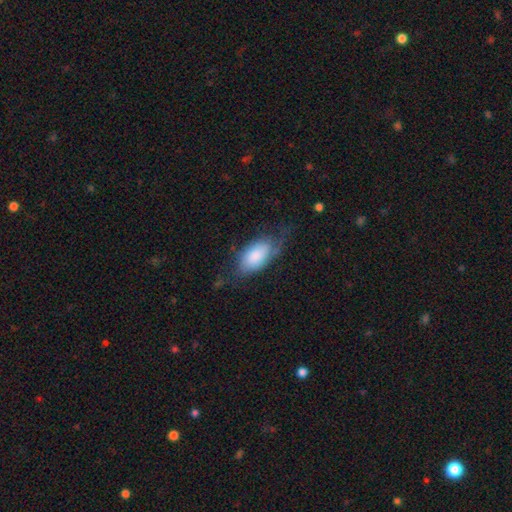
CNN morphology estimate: smooth 66%, featured or disk 27%, star or artifact 7%. Down the decision tree: how rounded — in between (94%); merging — none (45%).